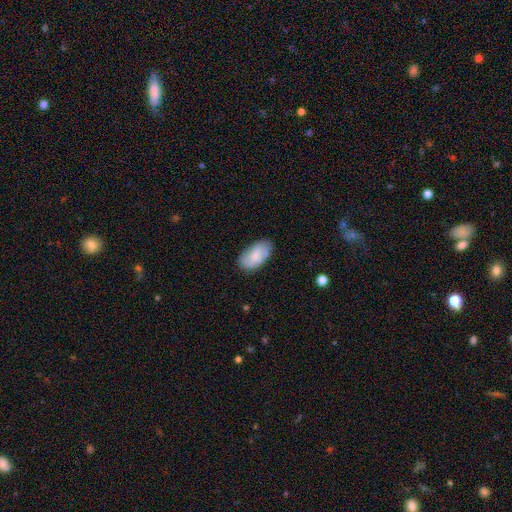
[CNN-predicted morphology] This appears to be a smooth galaxy with no disk features (76%) that is in between round and cigar-shaped (95%). Merging: none (76%).